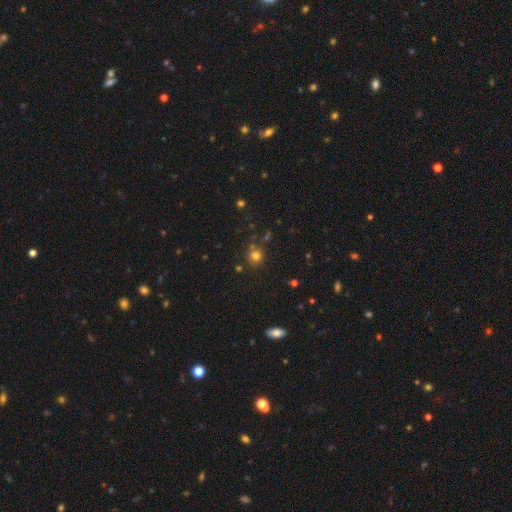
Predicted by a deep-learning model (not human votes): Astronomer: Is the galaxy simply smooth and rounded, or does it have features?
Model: smooth — 73%.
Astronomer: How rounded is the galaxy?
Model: round — 90%.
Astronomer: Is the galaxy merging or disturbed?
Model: none — 77%.